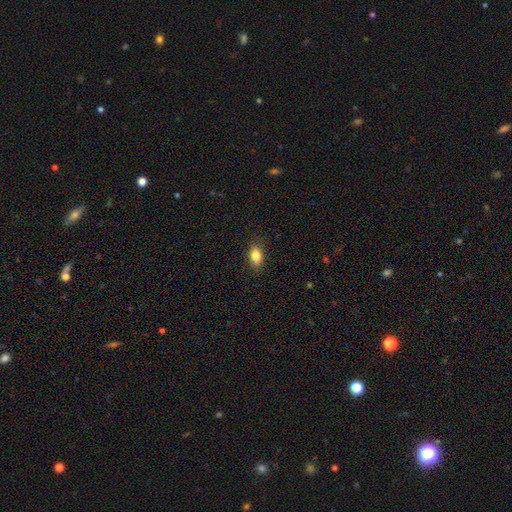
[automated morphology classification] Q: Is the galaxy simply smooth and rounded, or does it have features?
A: smooth — 84%.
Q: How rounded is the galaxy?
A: in between — 85%.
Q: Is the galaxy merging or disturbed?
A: none — 86%.